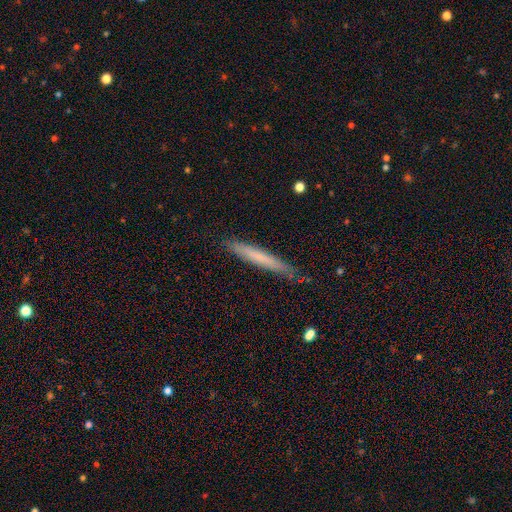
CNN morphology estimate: Q: Smooth or featured?
A: smooth (63%); runner-up: featured or disk (31%)
Q: How rounded?
A: cigar-shaped (96%); runner-up: in between (3%)
Q: Merging?
A: none (85%); runner-up: minor disturbance (12%)